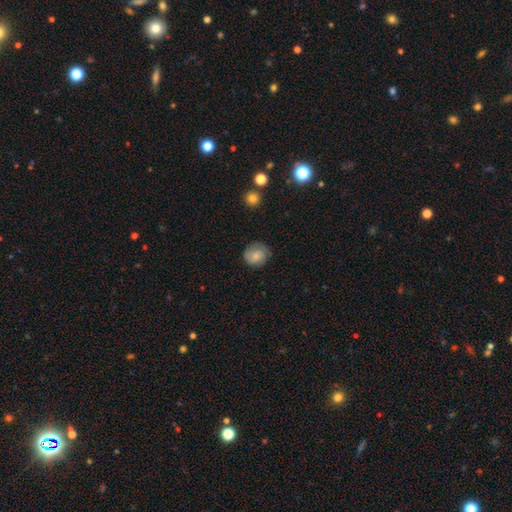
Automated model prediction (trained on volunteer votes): A smooth galaxy with no disk features (72%) that is round (75%).

Vote fractions:
- Smooth or featured? smooth: 72% / featured or disk: 20% / star or artifact: 8%
- How rounded? round: 75% / in between: 24% / cigar-shaped: 1%
- Merging? none: 73% / minor disturbance: 21% / major disturbance: 6% / merger: 1%